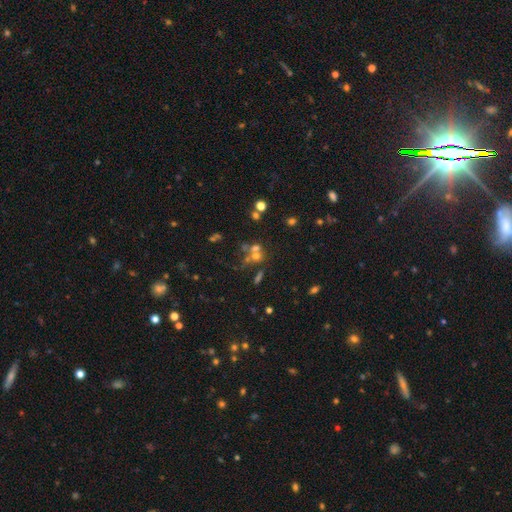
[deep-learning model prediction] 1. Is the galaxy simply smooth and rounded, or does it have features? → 43% smooth, 37% star or artifact, 20% featured or disk.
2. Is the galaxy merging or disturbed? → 42% none, 41% merger, 9% minor disturbance, 8% major disturbance.